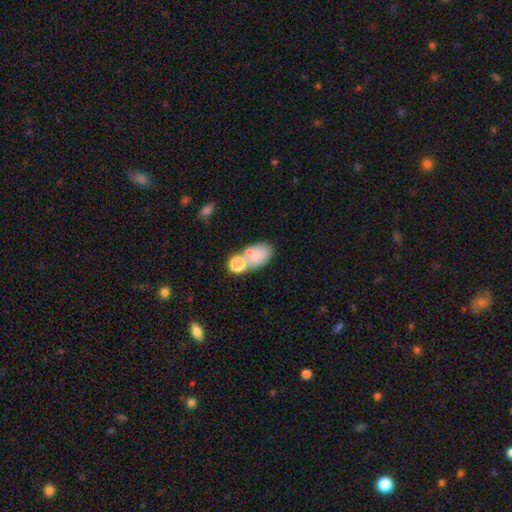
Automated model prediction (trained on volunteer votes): smooth 75%, featured or disk 14%, star or artifact 11%. Down the decision tree: how rounded — in between (83%); merging — none (44%).